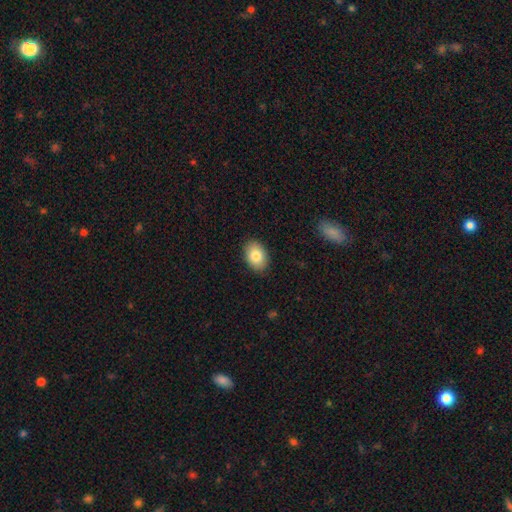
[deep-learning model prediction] Smooth or featured: smooth — 83% (featured or disk — 9%)
How rounded: in between — 83% (round — 16%)
Merging: none — 88% (minor disturbance — 9%)